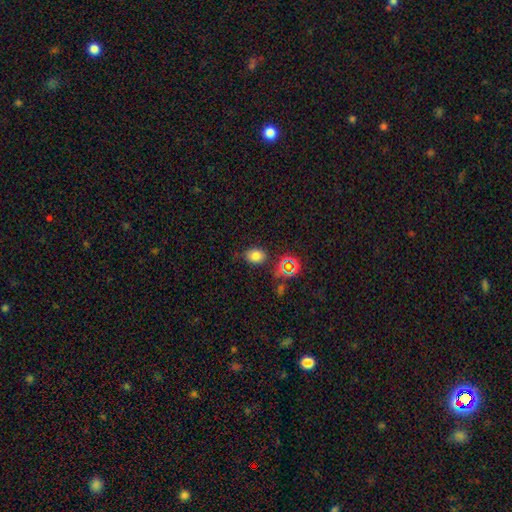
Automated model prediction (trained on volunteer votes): Smooth or featured: smooth — 74% (star or artifact — 18%)
How rounded: in between — 58% (round — 41%)
Merging: none — 74% (minor disturbance — 17%)